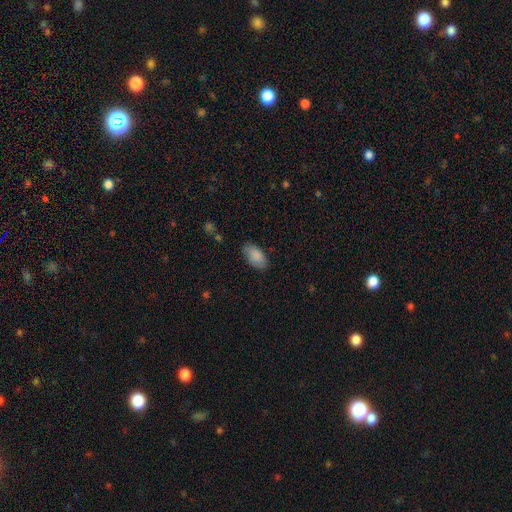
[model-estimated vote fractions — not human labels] This is clearly a smooth galaxy (87%). How rounded: clearly in between (94%). Merging: likely none (80%).